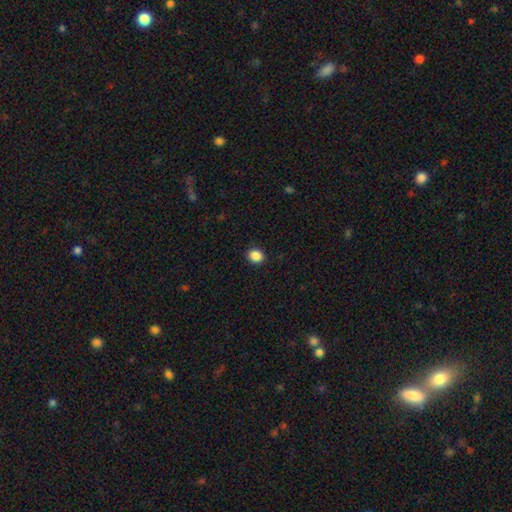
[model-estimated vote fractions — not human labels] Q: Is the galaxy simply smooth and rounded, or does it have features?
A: smooth — 88%.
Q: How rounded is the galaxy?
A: round — 61%.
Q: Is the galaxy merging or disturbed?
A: none — 91%.